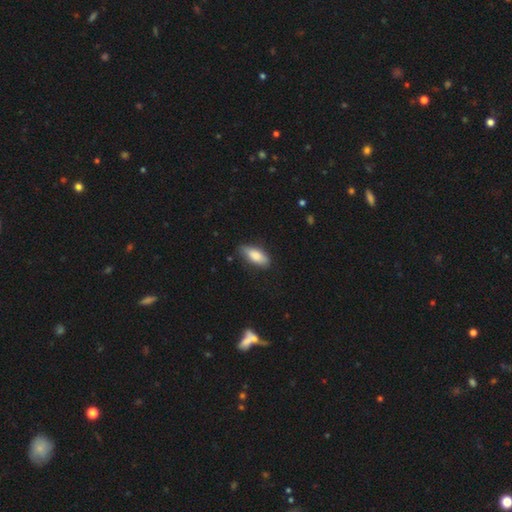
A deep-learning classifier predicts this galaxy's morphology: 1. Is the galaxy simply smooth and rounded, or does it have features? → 85% smooth, 9% featured or disk, 6% star or artifact.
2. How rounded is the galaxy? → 82% in between, 16% cigar-shaped, 2% round.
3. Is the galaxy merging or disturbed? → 76% none, 19% minor disturbance, 3% major disturbance, 1% merger.